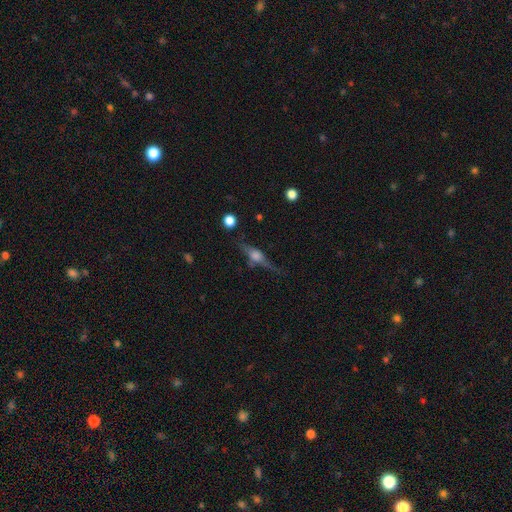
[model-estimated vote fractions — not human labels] Morphology: type=featured or disk (66%); edge-on=yes (94%); edge-on bulge=rounded (84%); merging=none (66%).